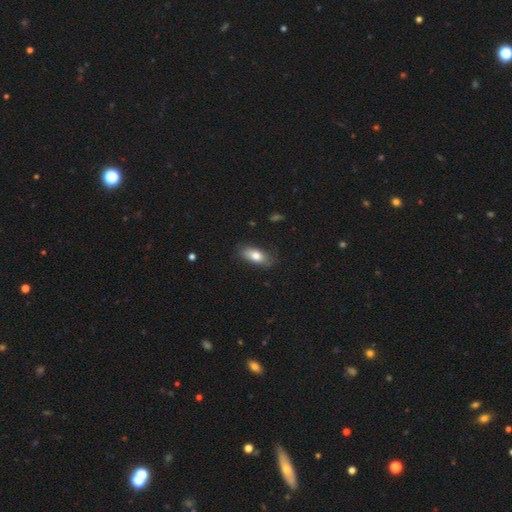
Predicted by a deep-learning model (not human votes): The model was most divided on "merging": none: 75%, minor disturbance: 19%, major disturbance: 4%, merger: 1%. More confident: how rounded — in between (85%); smooth or featured — smooth (77%).